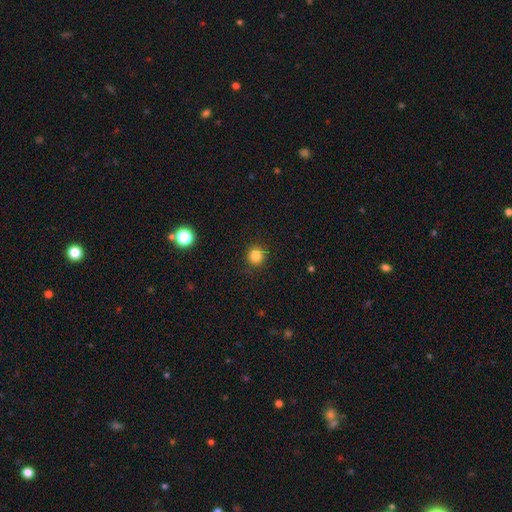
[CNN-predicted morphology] A smooth galaxy with no disk features (84%) that is round (94%). Merging: none (91%).